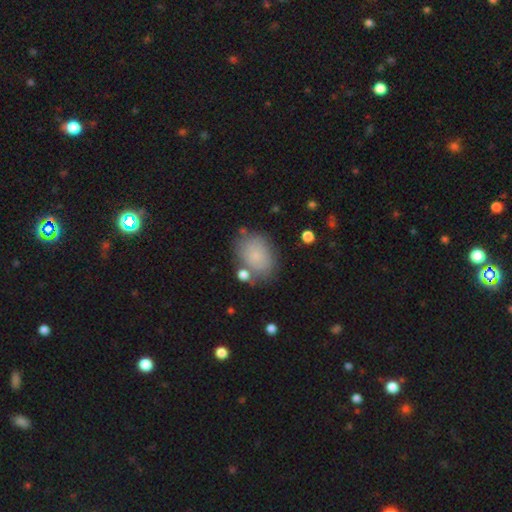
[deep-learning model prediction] smooth-or-featured: smooth: 81% | featured or disk: 10% | star or artifact: 9%
  how-rounded: in between: 68% | round: 30% | cigar-shaped: 1%
  merging: none: 70% | minor disturbance: 16% | merger: 7% | major disturbance: 6%